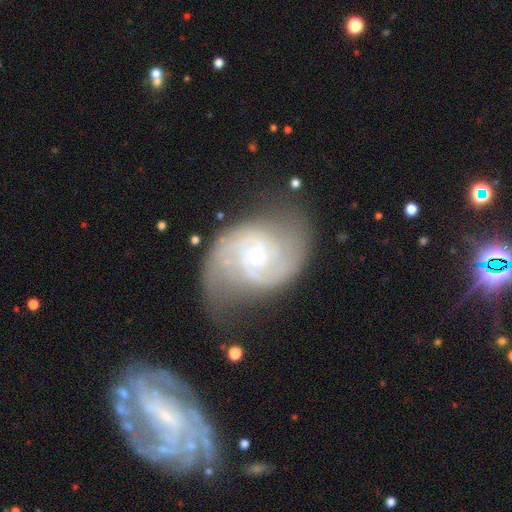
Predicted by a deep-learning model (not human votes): Q: Smooth or featured?
A: featured or disk (86%); runner-up: smooth (8%)
Q: Edge-on disk?
A: no (97%); runner-up: yes (3%)
Q: Bar?
A: no (60%); runner-up: weak (35%)
Q: Spiral arms?
A: yes (97%); runner-up: no (3%)
Q: Spiral winding?
A: medium (44%); runner-up: tight (41%)
Q: Spiral arm count?
A: 2 (70%); runner-up: can't tell (12%)
Q: Bulge size?
A: small (72%); runner-up: moderate (23%)
Q: Merging?
A: none (59%); runner-up: minor disturbance (23%)